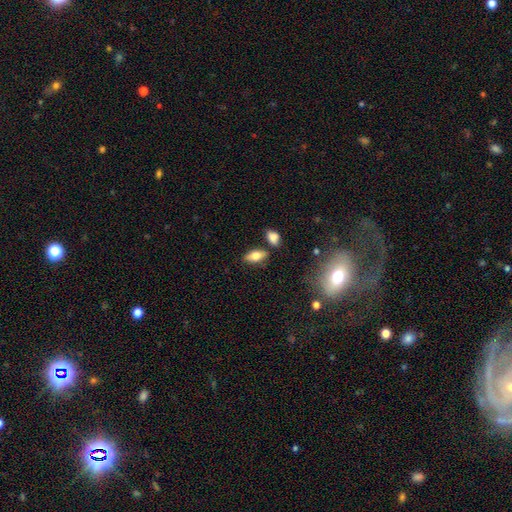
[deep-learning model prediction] Overall: smooth (72%). How rounded: in between (83%). Merging: none (77%).